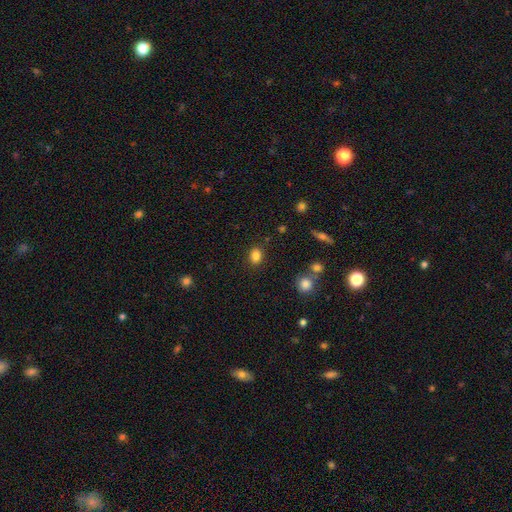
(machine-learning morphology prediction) Overall: smooth (84%). How rounded: in between (63%; round 35%). Merging: none (85%).